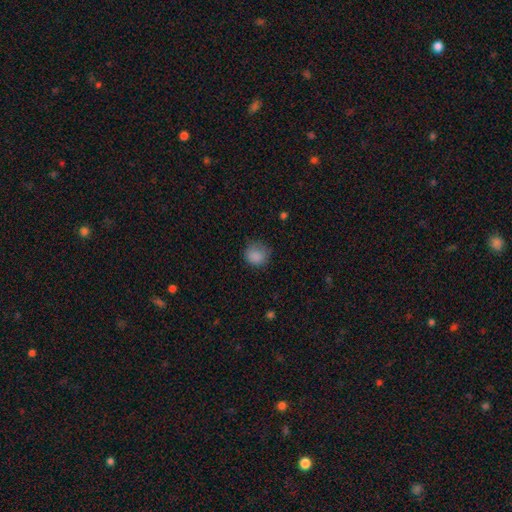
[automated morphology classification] This appears to be a smooth galaxy with no disk features (85%) that is round (80%). Merging: none (68%).